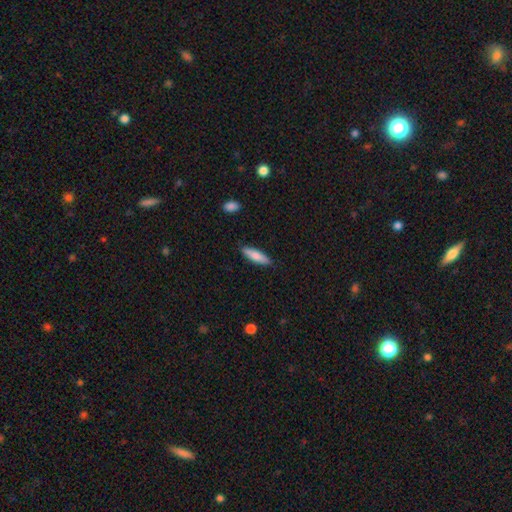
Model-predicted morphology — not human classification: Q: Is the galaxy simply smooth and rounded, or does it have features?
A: smooth — 79%.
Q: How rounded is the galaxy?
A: cigar-shaped — 70%.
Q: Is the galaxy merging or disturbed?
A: none — 87%.